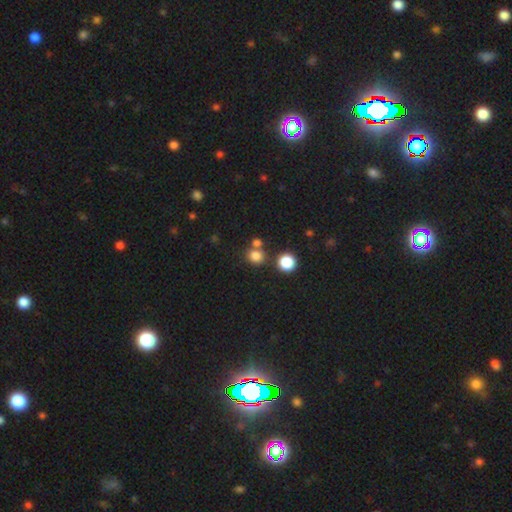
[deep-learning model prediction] smooth 79%, star or artifact 16%, featured or disk 5%. Down the decision tree: how rounded — round (80%); merging — none (66%).